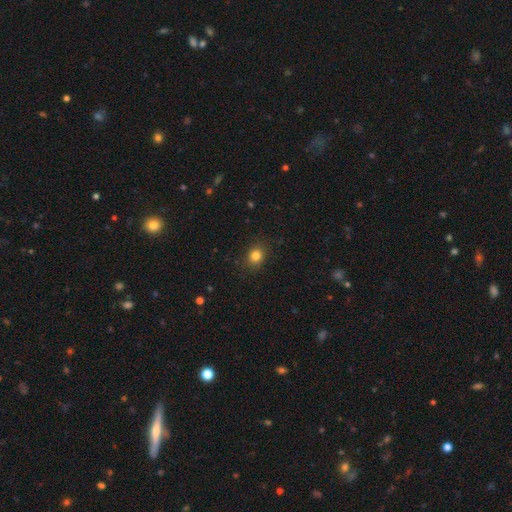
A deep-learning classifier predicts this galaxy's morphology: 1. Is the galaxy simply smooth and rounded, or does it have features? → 82% smooth, 12% star or artifact, 5% featured or disk.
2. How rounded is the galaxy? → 70% round, 29% in between, 1% cigar-shaped.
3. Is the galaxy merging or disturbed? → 87% none, 9% minor disturbance, 3% major disturbance, 1% merger.